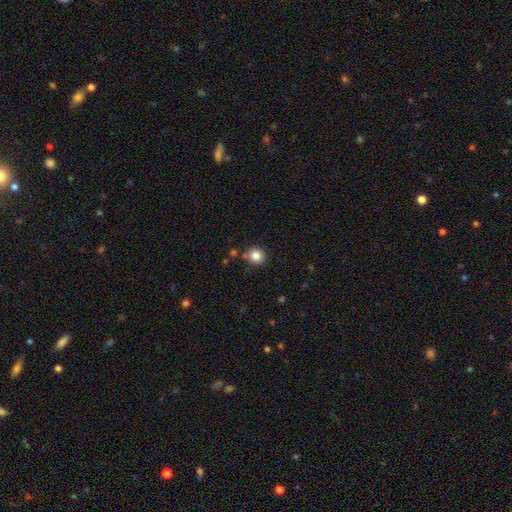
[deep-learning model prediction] A smooth galaxy with no disk features (83%) that is round (91%).

Vote fractions:
- Smooth or featured? smooth: 83% / star or artifact: 11% / featured or disk: 5%
- How rounded? round: 91% / in between: 8% / cigar-shaped: 1%
- Merging? none: 78% / minor disturbance: 12% / merger: 7% / major disturbance: 3%